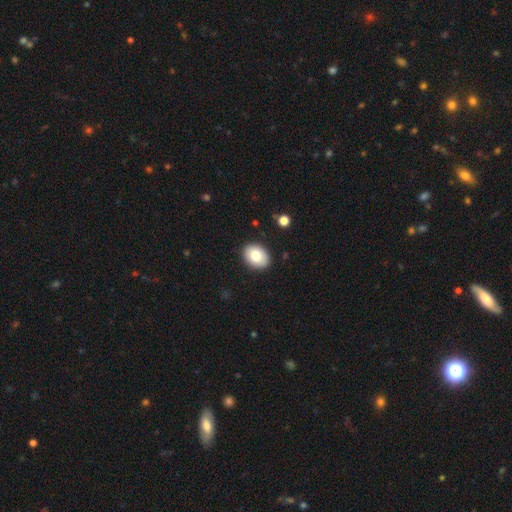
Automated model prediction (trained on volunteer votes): The model was most divided on "how rounded": in between: 70%, round: 30%, cigar-shaped: 1%. More confident: merging — none (89%); smooth or featured — smooth (79%).